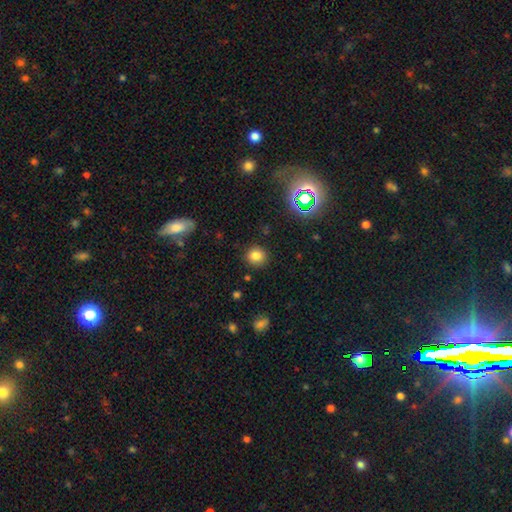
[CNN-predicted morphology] The model was most divided on "smooth or featured": smooth: 80%, star or artifact: 14%, featured or disk: 6%. More confident: merging — none (88%); how rounded — round (86%).